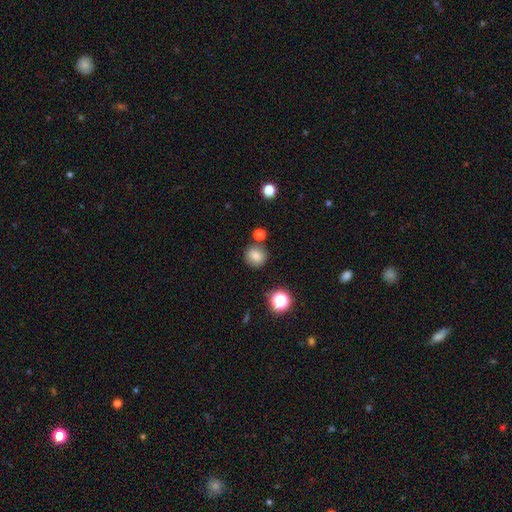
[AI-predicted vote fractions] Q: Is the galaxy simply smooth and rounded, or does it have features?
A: smooth — 79%.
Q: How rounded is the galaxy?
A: round — 90%.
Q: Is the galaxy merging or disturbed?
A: none — 79%.